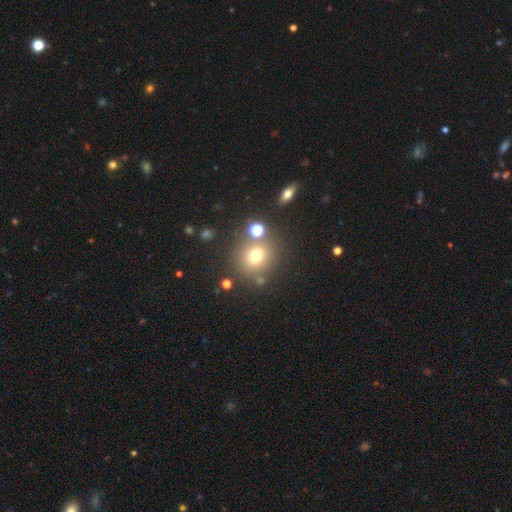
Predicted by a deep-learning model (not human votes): A smooth galaxy with no disk features (70%) that is round (86%).

Vote fractions:
- Smooth or featured? smooth: 70% / star or artifact: 19% / featured or disk: 12%
- How rounded? round: 86% / in between: 13% / cigar-shaped: 1%
- Merging? none: 75% / merger: 10% / minor disturbance: 10% / major disturbance: 4%